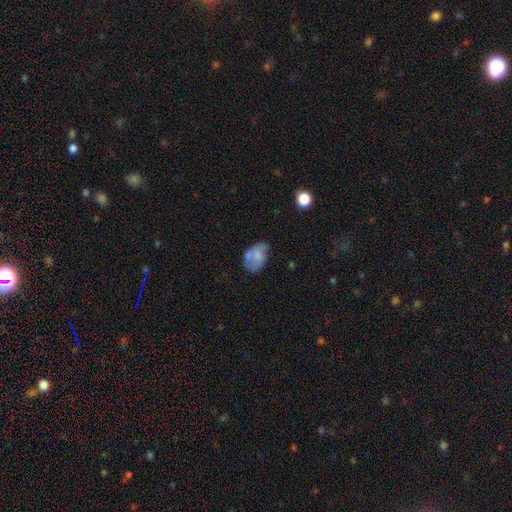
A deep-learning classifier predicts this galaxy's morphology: smooth_or_featured: smooth (p=0.62) [alt: featured or disk p=0.29]
how_rounded: in between (p=0.88) [alt: round p=0.11]
merging: none (p=0.46) [alt: minor disturbance p=0.26]